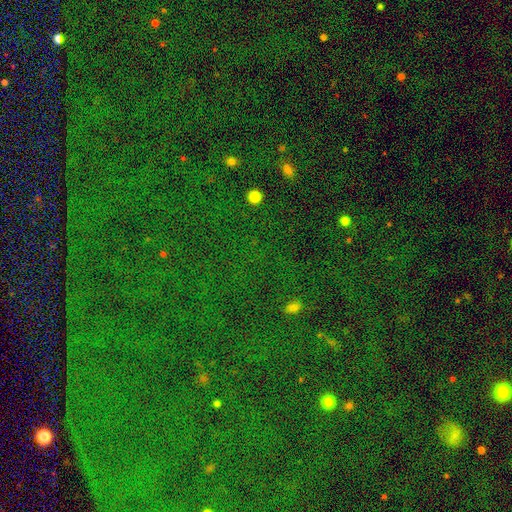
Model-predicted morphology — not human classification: Smooth or featured?
  - star or artifact: 83% *
  - smooth: 10%
  - featured or disk: 7%